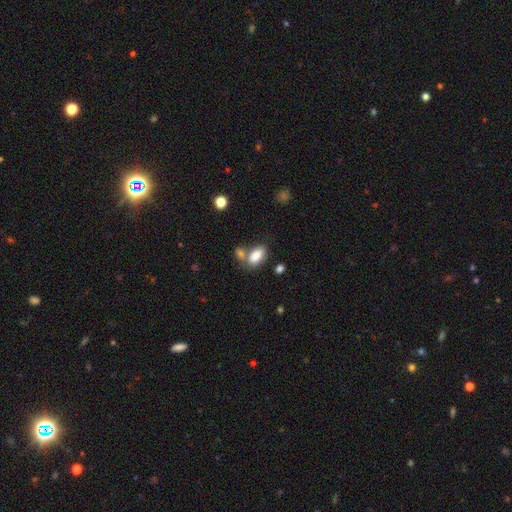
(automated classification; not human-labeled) Smooth or featured?
  - smooth: 84% *
  - featured or disk: 8%
  - star or artifact: 8%
How rounded?
  - in between: 92% *
  - round: 5%
  - cigar-shaped: 4%
Merging?
  - none: 48% *
  - merger: 33%
  - minor disturbance: 14%
  - major disturbance: 6%